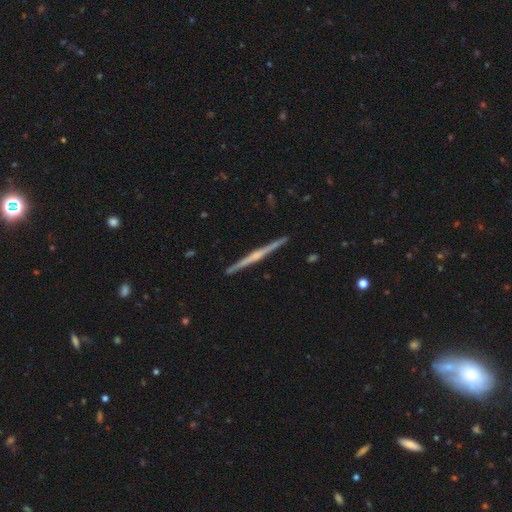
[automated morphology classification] featured or disk 81%, smooth 14%, star or artifact 5%. Down the decision tree: edge-on disk — yes (99%); edge-on bulge — rounded (65%); merging — none (93%).